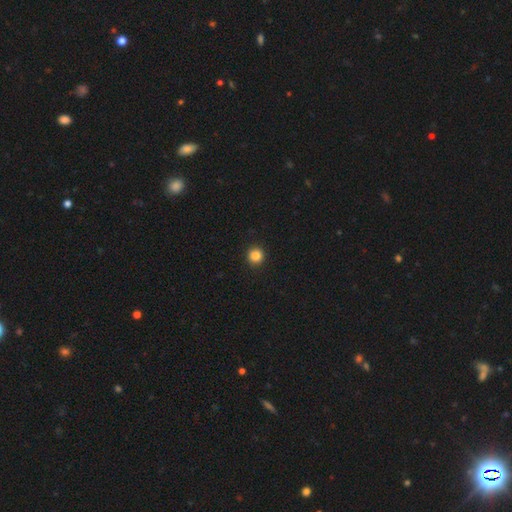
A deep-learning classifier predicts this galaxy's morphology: A smooth galaxy with no disk features (86%) that is round (95%).

Vote fractions:
- Smooth or featured? smooth: 86% / star or artifact: 11% / featured or disk: 4%
- How rounded? round: 95% / in between: 4% / cigar-shaped: 1%
- Merging? none: 93% / minor disturbance: 4% / major disturbance: 1% / merger: 1%